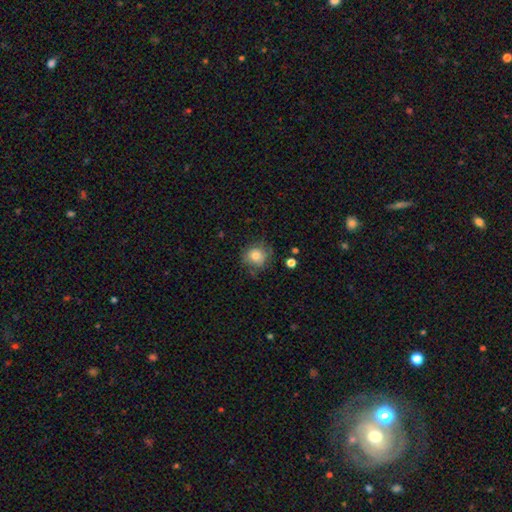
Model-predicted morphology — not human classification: smooth 70%, featured or disk 21%, star or artifact 10%. Down the decision tree: how rounded — round (84%); merging — none (65%).